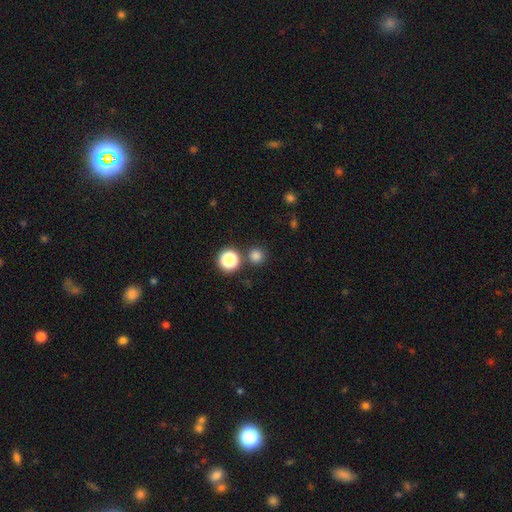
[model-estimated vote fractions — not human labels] A smooth galaxy with no disk features (79%) that is round (95%).

Vote fractions:
- Smooth or featured? smooth: 79% / star or artifact: 17% / featured or disk: 4%
- How rounded? round: 95% / in between: 4% / cigar-shaped: 1%
- Merging? none: 81% / merger: 10% / minor disturbance: 6% / major disturbance: 3%